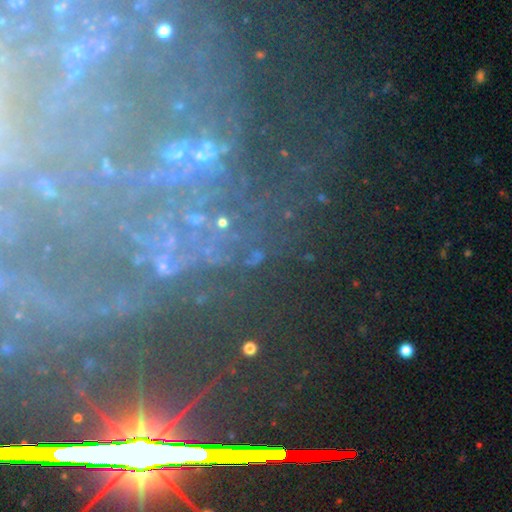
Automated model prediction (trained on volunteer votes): This is possibly a star or artifact rather than a galaxy (51%).